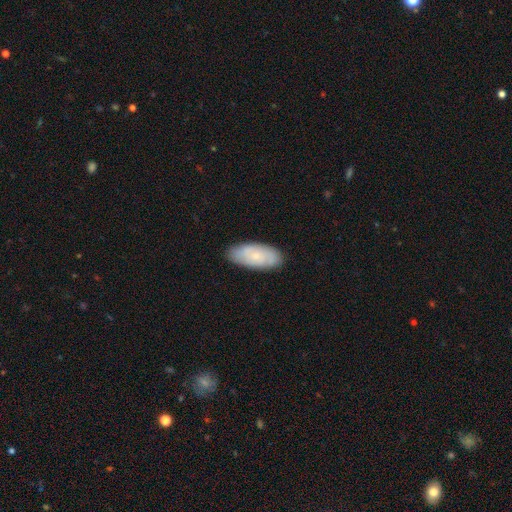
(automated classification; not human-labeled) Morphology: type=smooth (63%); roundness=in between (89%); merging=none (84%).